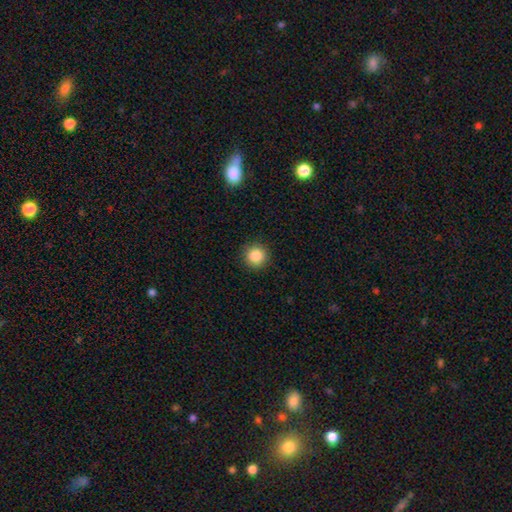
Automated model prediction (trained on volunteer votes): Overall: smooth (85%). How rounded: round (94%). Merging: none (91%).